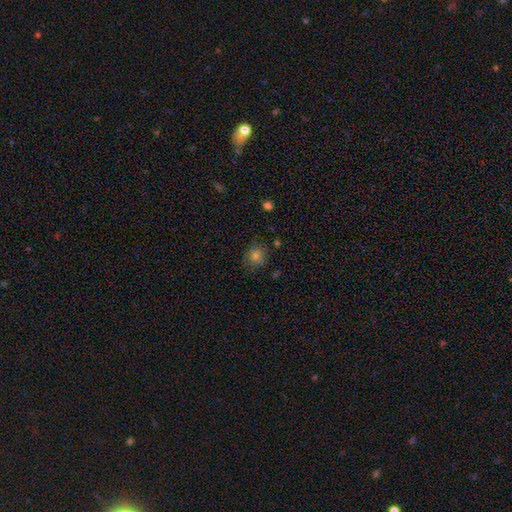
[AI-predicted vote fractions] smooth-or-featured: smooth: 78% | star or artifact: 15% | featured or disk: 7%
  how-rounded: round: 84% | in between: 15% | cigar-shaped: 1%
  merging: none: 81% | minor disturbance: 13% | major disturbance: 3% | merger: 2%